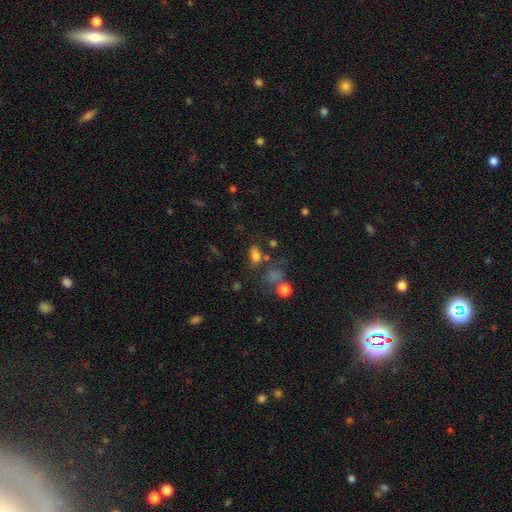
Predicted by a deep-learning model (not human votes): Smooth or featured? Predicted: smooth (p=0.74). How rounded? Predicted: in between (p=0.80). Merging? Predicted: none (p=0.58).